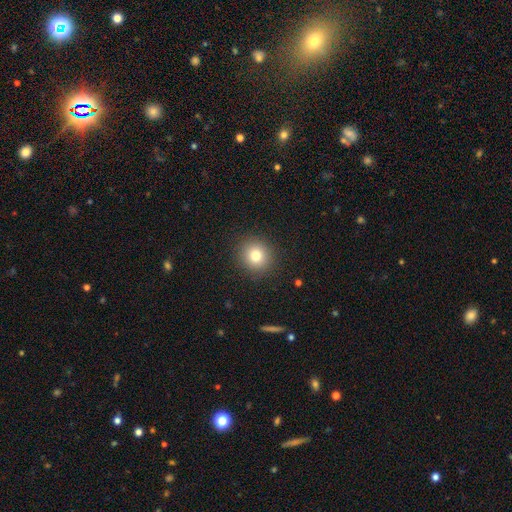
Smooth or featured?
  - smooth: 82% *
  - featured or disk: 15%
  - star or artifact: 3%
How rounded?
  - round: 91% *
  - in between: 9%
  - cigar-shaped: 0%
Merging?
  - none: 89% *
  - major disturbance: 8%
  - minor disturbance: 3%
  - merger: 0%